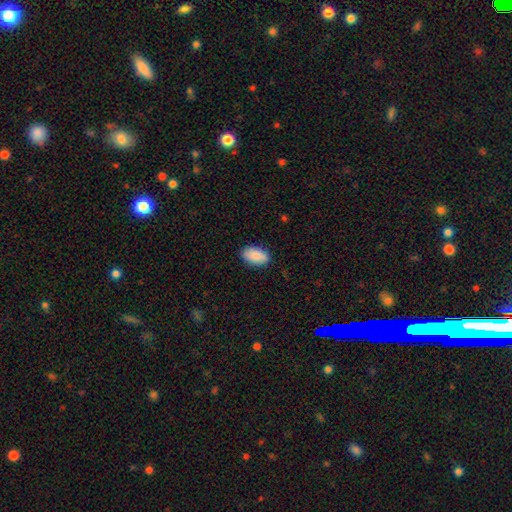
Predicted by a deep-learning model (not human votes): The model was most divided on "merging": none: 87%, minor disturbance: 10%, major disturbance: 2%, merger: 1%. More confident: how rounded — in between (94%); smooth or featured — smooth (88%).